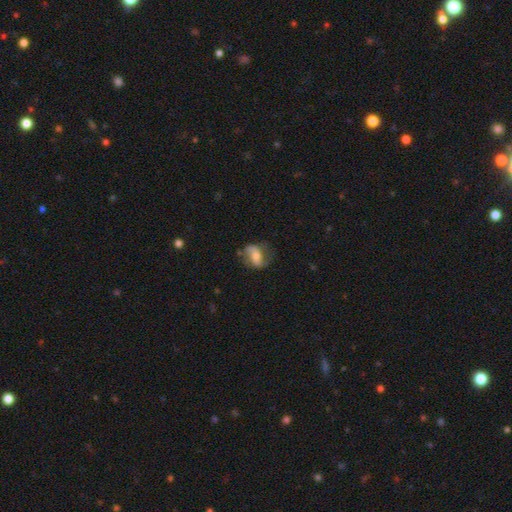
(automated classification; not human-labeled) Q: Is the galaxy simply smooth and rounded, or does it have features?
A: featured or disk — 59%.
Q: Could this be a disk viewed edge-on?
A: no — 95%.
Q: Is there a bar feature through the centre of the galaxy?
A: no — 37%.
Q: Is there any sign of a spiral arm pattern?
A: yes — 82%.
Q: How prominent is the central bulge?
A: moderate — 52%.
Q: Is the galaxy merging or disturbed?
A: none — 59%.